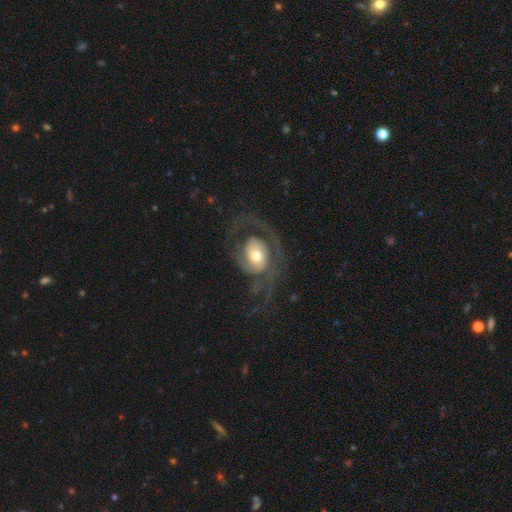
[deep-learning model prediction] This is likely a featured or disk galaxy (71%). It is clearly not viewed edge-on (96%). Bar: likely no (70%). Spiral arm pattern: likely yes (76%). Spiral arm count: possibly 2 (55%). Spiral winding: marginally medium (43%). Central bulge: likely moderate (62%). Merging: marginally none (43%).